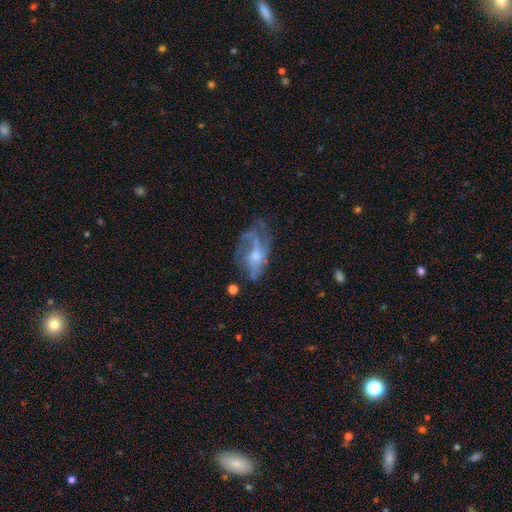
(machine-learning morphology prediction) A featured or disk galaxy (69%) with no bar (63%), spiral arms (69%) and a small central bulge (45%).

Vote fractions:
- Smooth or featured? featured or disk: 69% / smooth: 21% / star or artifact: 10%
- Edge-on disk? no: 94% / yes: 6%
- Bar? no: 63% / weak: 30% / strong: 7%
- Spiral arms? yes: 69% / no: 31%
- Bulge size? small: 45% / moderate: 39% / none: 11% / large: 4% / dominant: 1%
- Merging? none: 45% / major disturbance: 29% / minor disturbance: 22% / merger: 4%